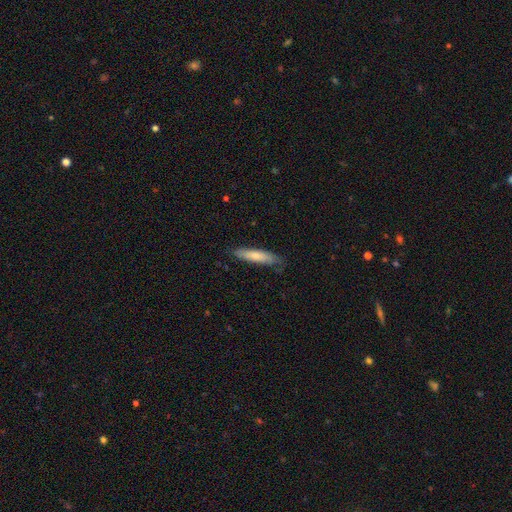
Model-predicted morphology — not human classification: The model was most divided on "smooth or featured": smooth: 70%, featured or disk: 24%, star or artifact: 5%. More confident: how rounded — cigar-shaped (80%); merging — none (74%).